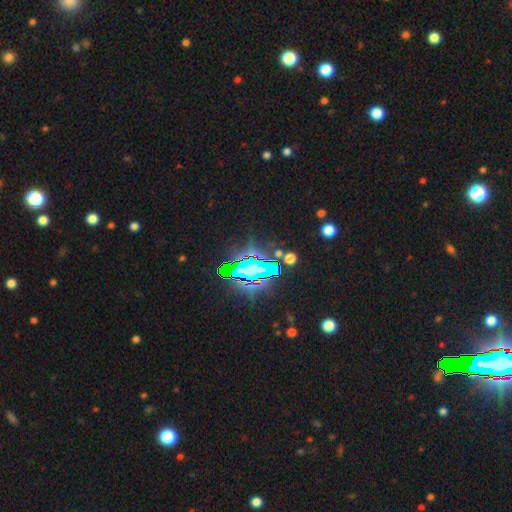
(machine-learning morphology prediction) star or artifact 84%, smooth 8%, featured or disk 8%.